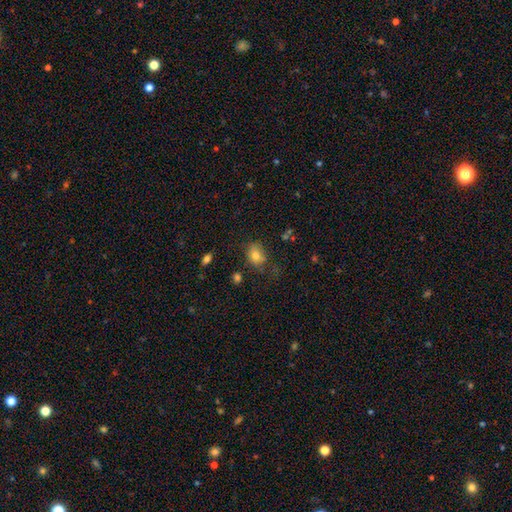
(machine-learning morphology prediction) A smooth galaxy with no disk features (77%) that is in between round and cigar-shaped (57%).

Vote fractions:
- Smooth or featured? smooth: 77% / featured or disk: 12% / star or artifact: 11%
- How rounded? in between: 57% / round: 41% / cigar-shaped: 1%
- Merging? none: 59% / minor disturbance: 26% / major disturbance: 10% / merger: 5%